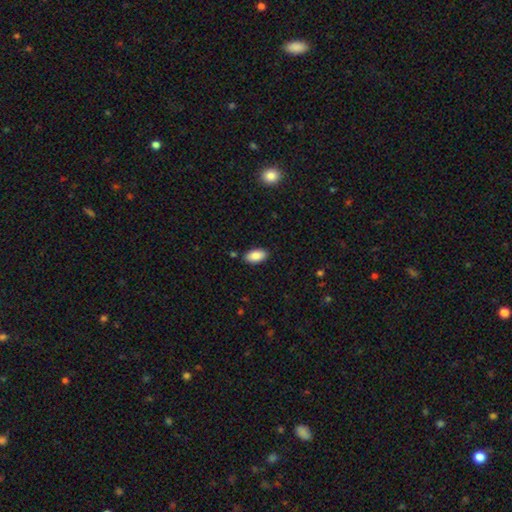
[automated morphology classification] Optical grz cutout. It shows a smooth galaxy with no disk features (87%) that is in between round and cigar-shaped (94%). Merging: none (87%).